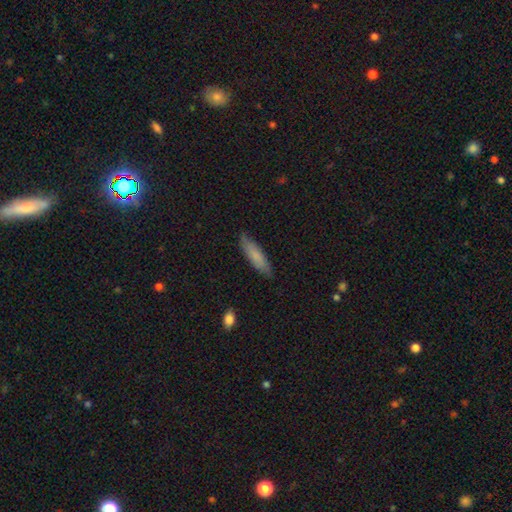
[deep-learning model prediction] The model was most divided on "how rounded": cigar-shaped: 71%, in between: 27%, round: 2%. More confident: merging — none (83%); smooth or featured — smooth (77%).